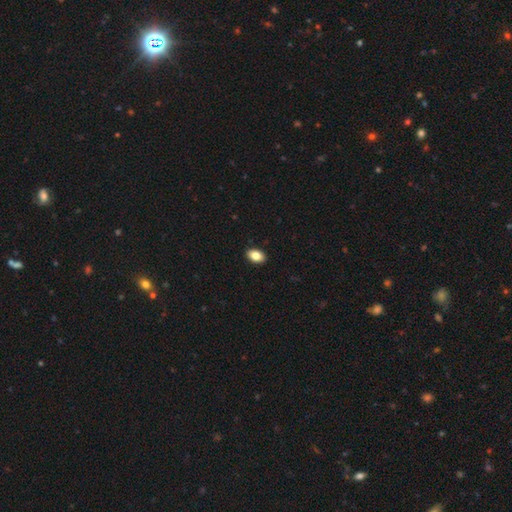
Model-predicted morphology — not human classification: This appears to be a smooth galaxy with no disk features (84%) that is in between round and cigar-shaped (88%). Merging: none (91%).